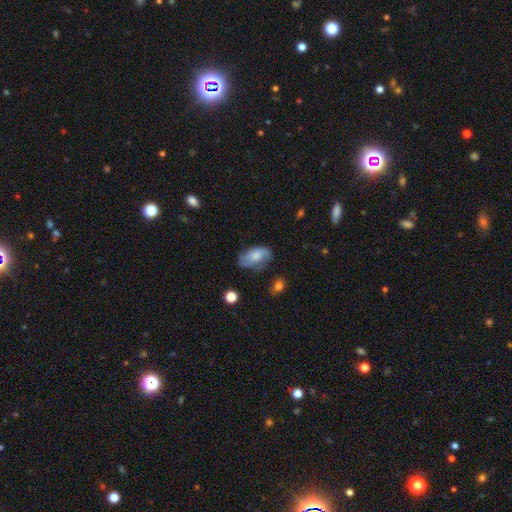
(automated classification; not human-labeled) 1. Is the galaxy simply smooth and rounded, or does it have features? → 62% smooth, 30% featured or disk, 8% star or artifact.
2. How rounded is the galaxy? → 91% in between, 6% round, 3% cigar-shaped.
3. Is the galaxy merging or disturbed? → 56% none, 30% minor disturbance, 12% major disturbance, 2% merger.